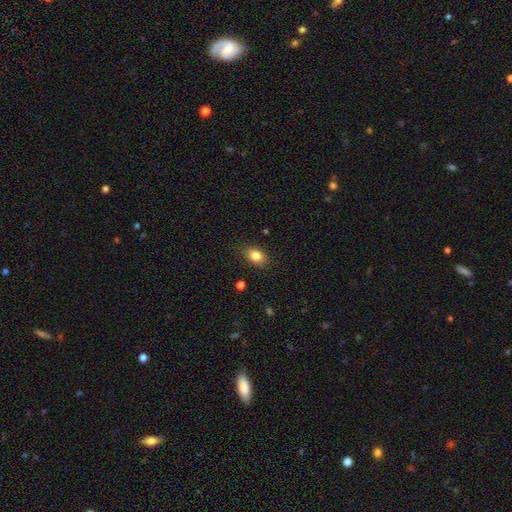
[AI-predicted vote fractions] smooth_or_featured: smooth (p=0.82) [alt: star or artifact p=0.09]
how_rounded: in between (p=0.80) [alt: round p=0.18]
merging: none (p=0.84) [alt: minor disturbance p=0.12]